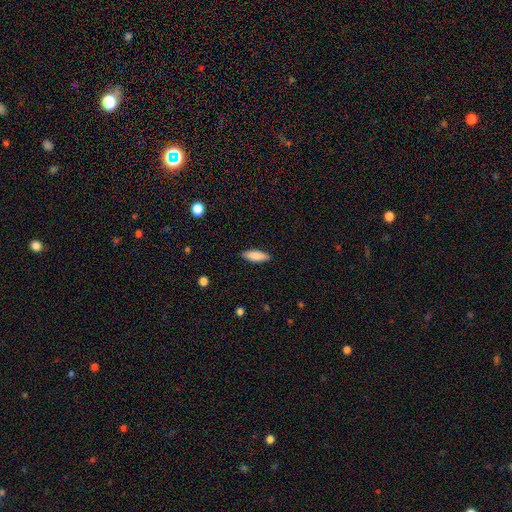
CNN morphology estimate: Q: Smooth or featured?
A: smooth (83%); runner-up: featured or disk (11%)
Q: How rounded?
A: in between (55%); runner-up: cigar-shaped (43%)
Q: Merging?
A: none (89%); runner-up: minor disturbance (8%)